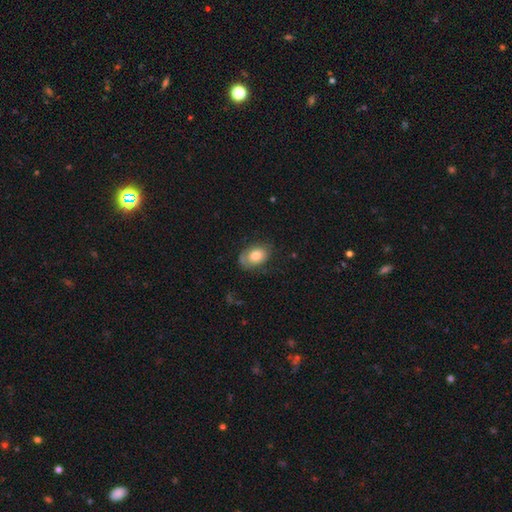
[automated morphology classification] Overall: smooth (70%). How rounded: in between (78%). Merging: none (67%).